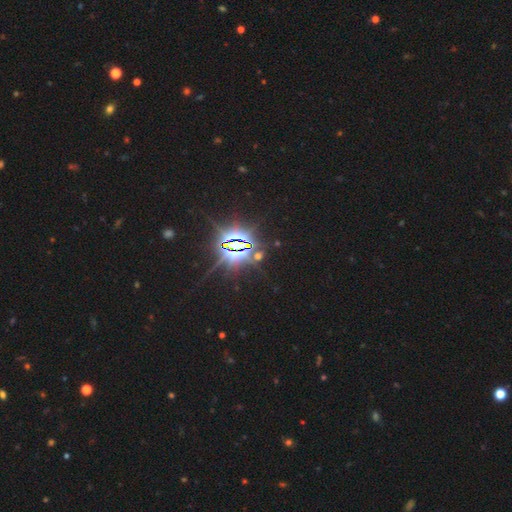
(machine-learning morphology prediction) A star or artifact, not a galaxy (86%).

Vote fractions:
- Smooth or featured? star or artifact: 86% / featured or disk: 7% / smooth: 7%